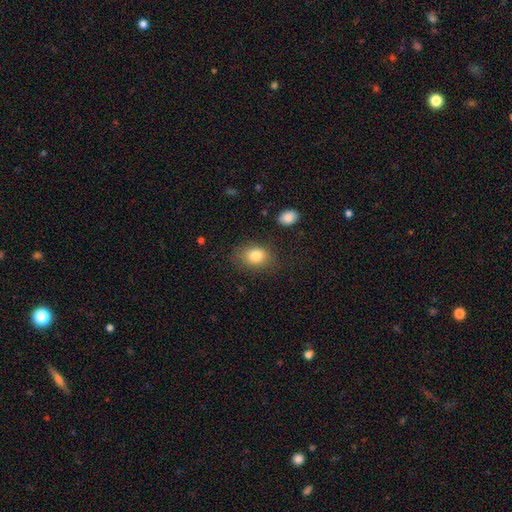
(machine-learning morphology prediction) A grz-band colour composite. It shows a smooth galaxy with no disk features (82%) that is in between round and cigar-shaped (63%). Merging: none (78%).